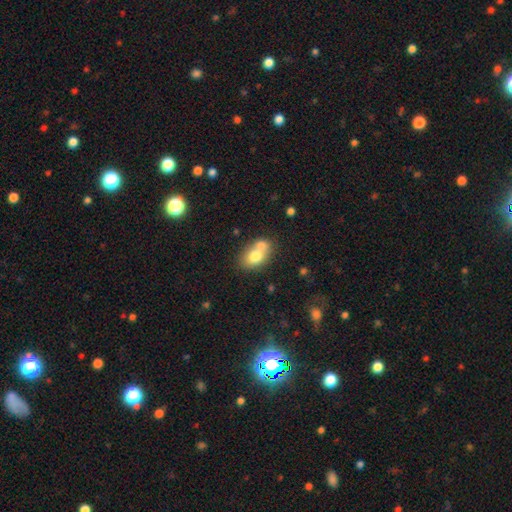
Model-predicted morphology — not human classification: The model was most divided on "merging": merger: 50%, none: 36%, minor disturbance: 11%, major disturbance: 4%. More confident: how rounded — in between (74%); smooth or featured — smooth (73%).